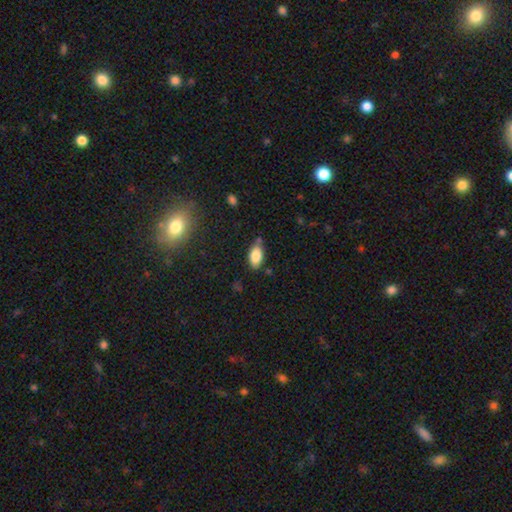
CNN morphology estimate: The model was most divided on "merging": none: 73%, minor disturbance: 17%, merger: 6%, major disturbance: 4%. More confident: how rounded — in between (92%); smooth or featured — smooth (85%).